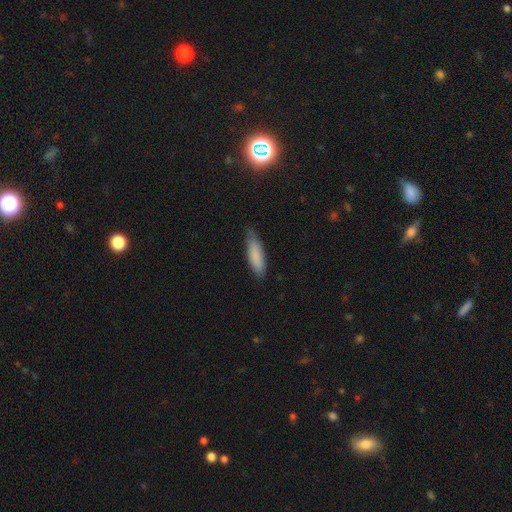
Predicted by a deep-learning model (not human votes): Morphology: type=smooth (85%); roundness=cigar-shaped (54%); merging=none (68%).